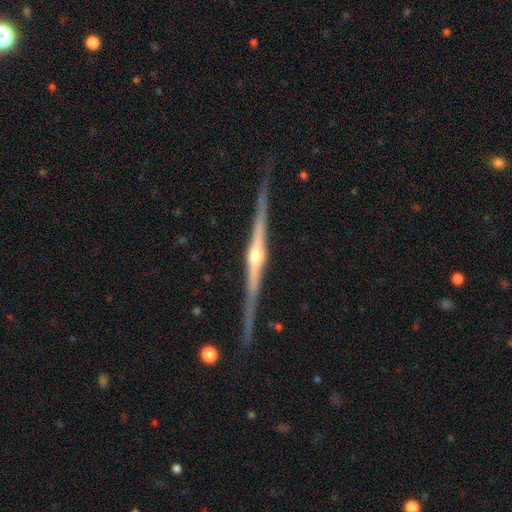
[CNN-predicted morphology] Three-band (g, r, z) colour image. It shows a featured or disk galaxy (88%) viewed edge-on (99%) with a rounded central bulge (90%). Merging: none (87%).